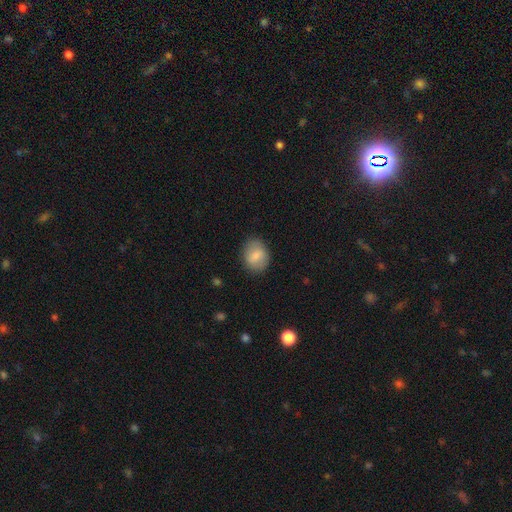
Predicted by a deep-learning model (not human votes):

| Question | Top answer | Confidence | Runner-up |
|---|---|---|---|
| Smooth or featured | smooth | 77% | featured or disk (16%) |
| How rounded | in between | 50% | round (49%) |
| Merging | none | 81% | minor disturbance (14%) |